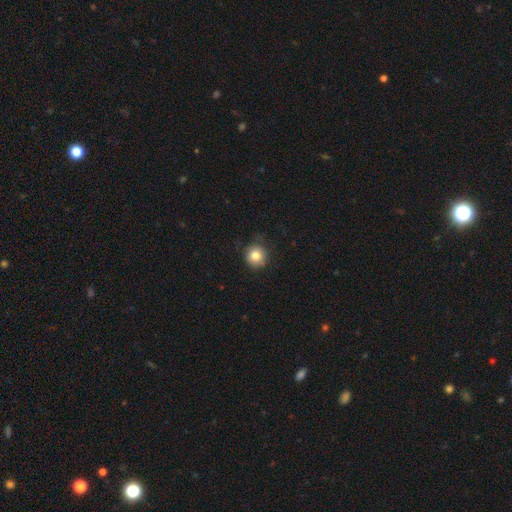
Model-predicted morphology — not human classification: The model was most divided on "merging": none: 81%, minor disturbance: 14%, major disturbance: 3%, merger: 1%. More confident: how rounded — round (92%); smooth or featured — smooth (82%).